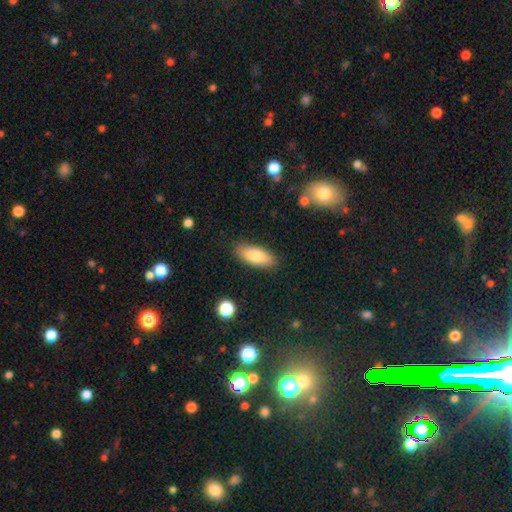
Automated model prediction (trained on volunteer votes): Smooth or featured?
  - smooth: 81% *
  - featured or disk: 12%
  - star or artifact: 6%
How rounded?
  - in between: 79% *
  - cigar-shaped: 18%
  - round: 2%
Merging?
  - none: 86% *
  - minor disturbance: 10%
  - major disturbance: 2%
  - merger: 1%